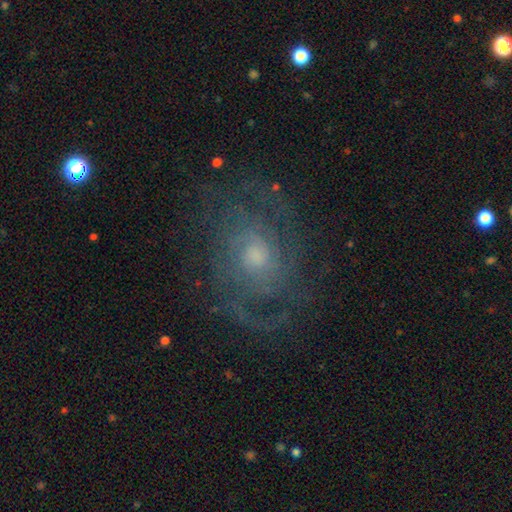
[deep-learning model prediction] Overall: featured or disk (79%). Edge-on disk: no (97%). Bar: no (72%). Spiral arms: yes (92%). Spiral arm count: 2 (34%; can't tell 32%). Spiral winding: tight (45%; medium 40%). Bulge size: moderate (48%; small 37%). Merging: none (71%).